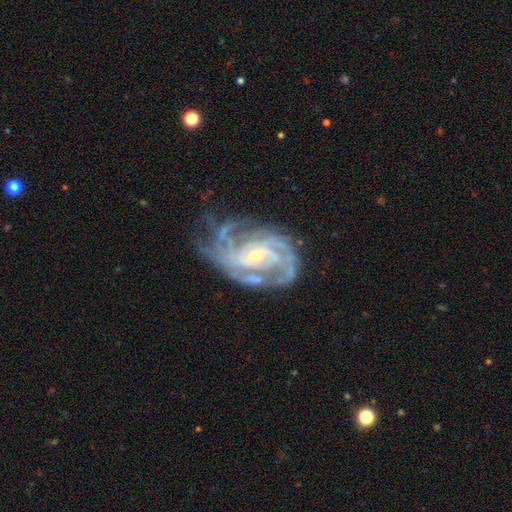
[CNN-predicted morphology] type=featured or disk (91%); edge-on=no (97%); bar=no (48%); spiral arms=yes (98%); winding=tight (62%); arm count=4 (23%, tied with 3); bulge=small (65%); merging=none (55%).